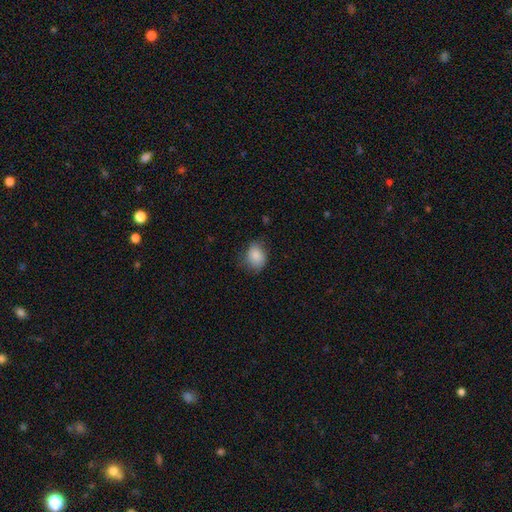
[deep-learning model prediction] Smooth or featured: smooth — 85% (star or artifact — 8%)
How rounded: in between — 52% (round — 47%)
Merging: none — 68% (minor disturbance — 25%)